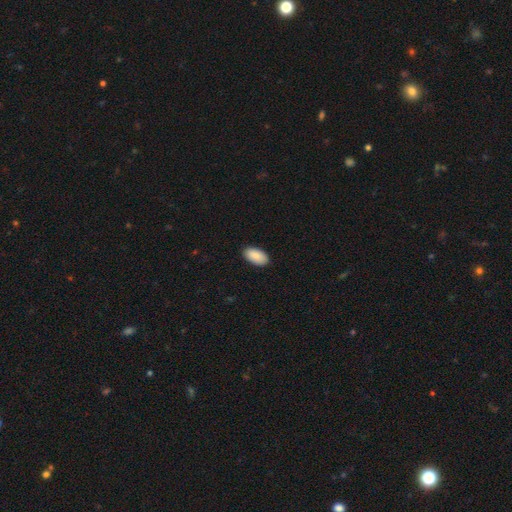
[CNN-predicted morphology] This appears to be a smooth galaxy with no disk features (90%) that is in between round and cigar-shaped (96%). Merging: none (90%).